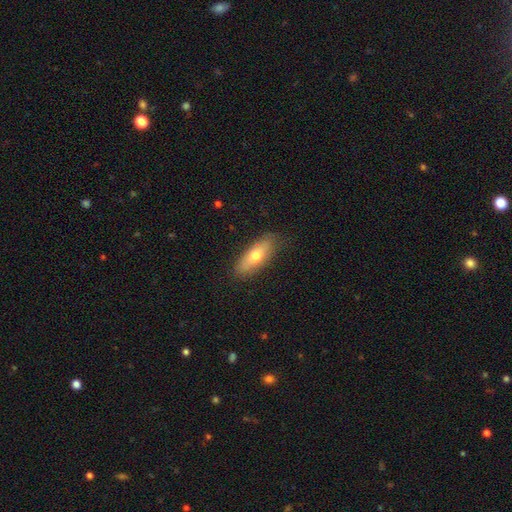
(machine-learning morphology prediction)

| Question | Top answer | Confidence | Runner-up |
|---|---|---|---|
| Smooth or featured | smooth | 68% | featured or disk (26%) |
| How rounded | in between | 64% | cigar-shaped (33%) |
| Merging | none | 82% | minor disturbance (14%) |